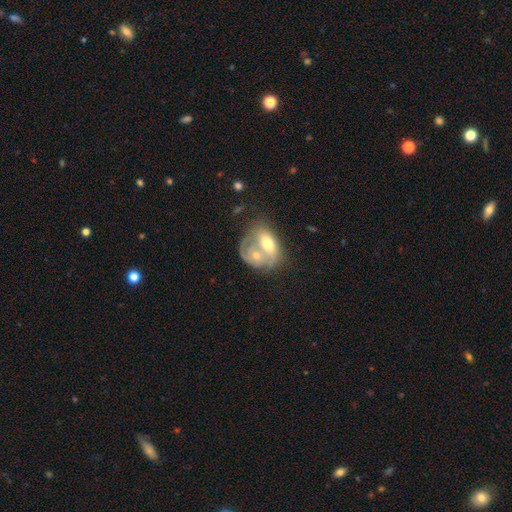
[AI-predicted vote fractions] A featured or disk galaxy (51%). Merging: merger (72%).